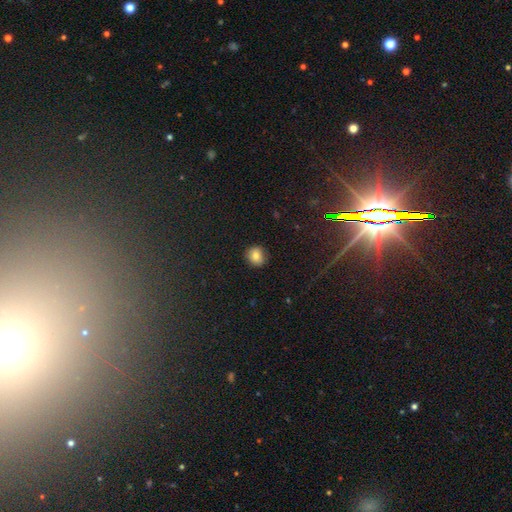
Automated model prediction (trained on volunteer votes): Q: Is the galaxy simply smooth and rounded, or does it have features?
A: smooth — 79%.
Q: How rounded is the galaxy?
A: round — 87%.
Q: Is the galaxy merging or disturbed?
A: none — 86%.